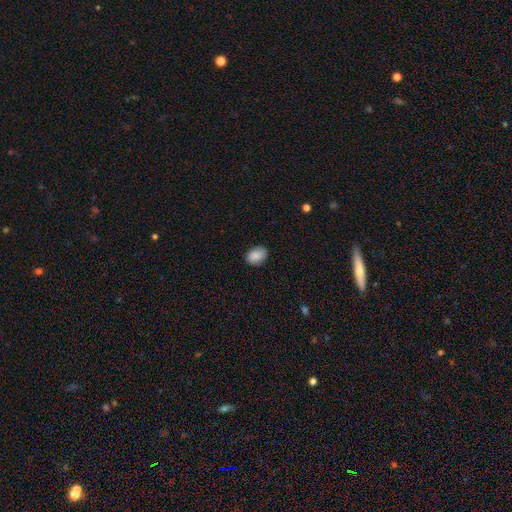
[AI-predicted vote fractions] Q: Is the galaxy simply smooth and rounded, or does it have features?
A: smooth — 87%.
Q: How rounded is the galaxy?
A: in between — 75%.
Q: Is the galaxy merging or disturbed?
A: none — 82%.